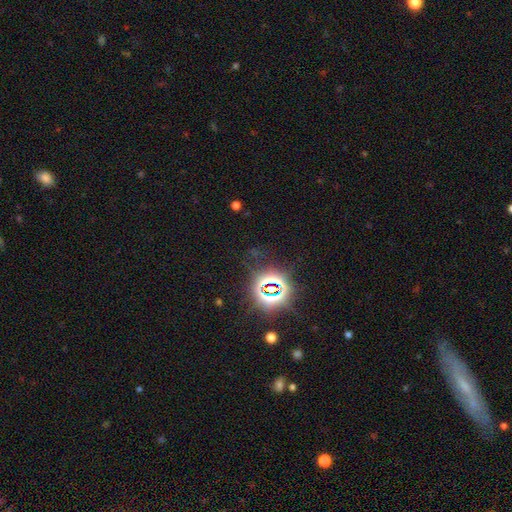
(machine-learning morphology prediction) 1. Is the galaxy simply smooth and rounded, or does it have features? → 79% star or artifact, 13% smooth, 7% featured or disk.